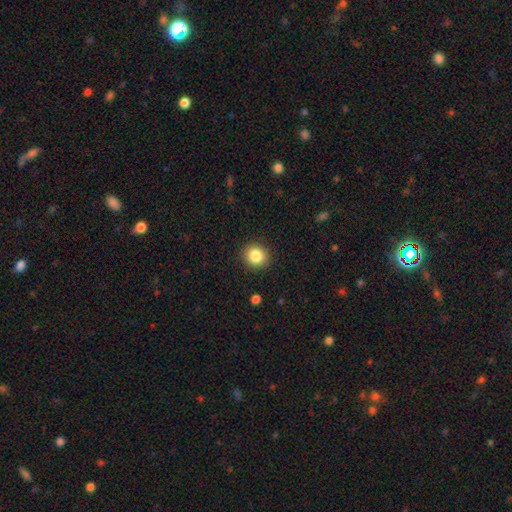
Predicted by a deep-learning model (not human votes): smooth_or_featured: smooth (p=0.85) [alt: star or artifact p=0.10]
how_rounded: round (p=0.86) [alt: in between p=0.13]
merging: none (p=0.91) [alt: minor disturbance p=0.06]